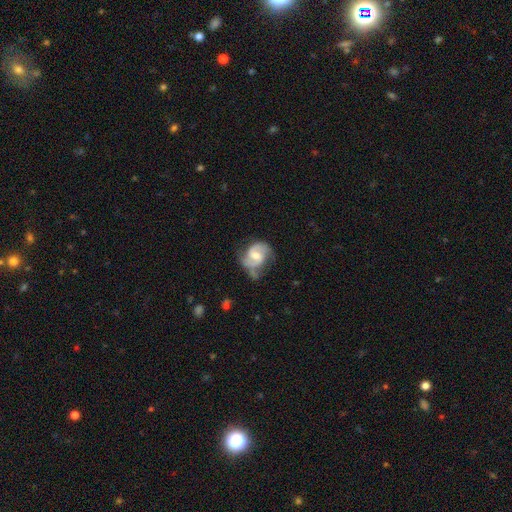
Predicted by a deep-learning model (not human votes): Morphology: type=featured or disk (76%); edge-on=no (98%); bar=weak (53%); spiral arms=yes (91%); winding=medium (51%); arm count=2 (82%); bulge=moderate (57%); merging=none (51%).